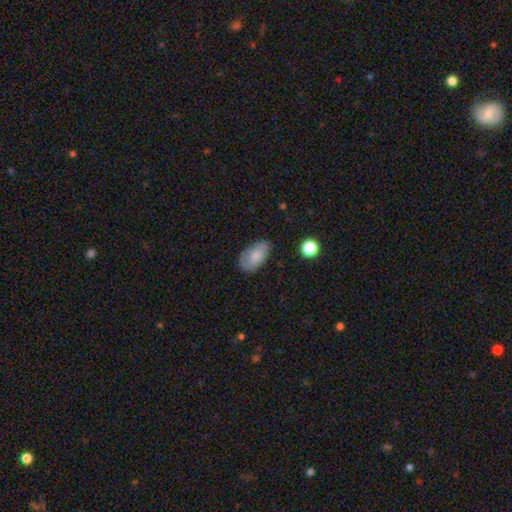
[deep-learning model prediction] Smooth or featured? Predicted: smooth (p=0.73). How rounded? Predicted: in between (p=0.93). Merging? Predicted: none (p=0.72).